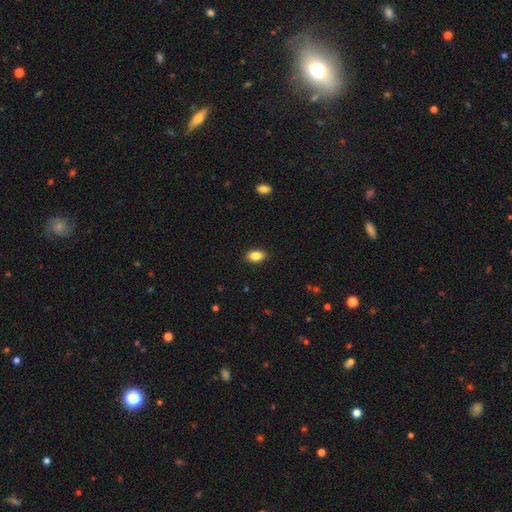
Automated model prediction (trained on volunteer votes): smooth 86%, star or artifact 8%, featured or disk 6%. Down the decision tree: how rounded — in between (88%); merging — none (88%).